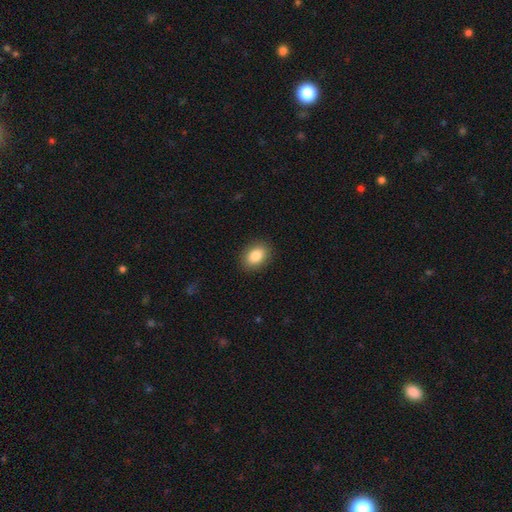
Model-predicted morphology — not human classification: Overall: smooth (85%). How rounded: in between (74%). Merging: none (89%).